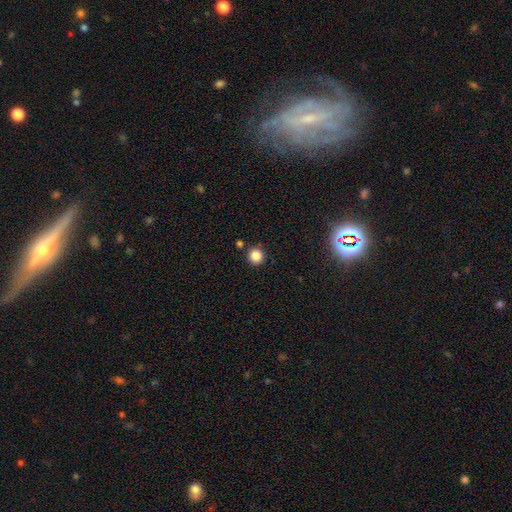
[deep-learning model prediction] smooth_or_featured: smooth (p=0.85) [alt: star or artifact p=0.11]
how_rounded: round (p=0.93) [alt: in between p=0.06]
merging: none (p=0.86) [alt: minor disturbance p=0.07]